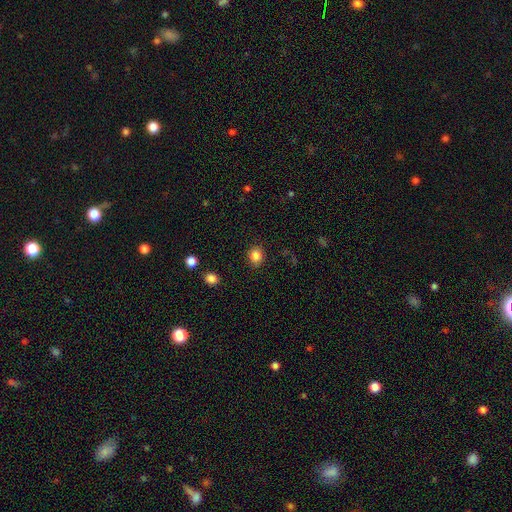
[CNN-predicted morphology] Overall: smooth (85%). How rounded: round (76%). Merging: none (88%).